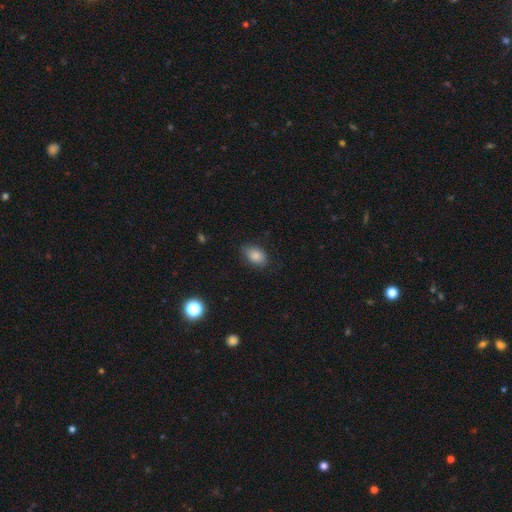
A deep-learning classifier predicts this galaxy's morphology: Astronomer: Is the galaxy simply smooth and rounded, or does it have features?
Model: smooth — 84%.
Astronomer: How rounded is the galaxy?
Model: in between — 85%.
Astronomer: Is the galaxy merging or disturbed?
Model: none — 78%.